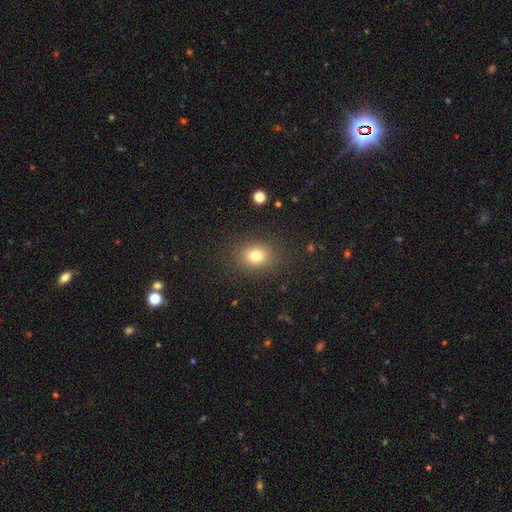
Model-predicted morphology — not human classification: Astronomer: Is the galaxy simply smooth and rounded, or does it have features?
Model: smooth — 78%.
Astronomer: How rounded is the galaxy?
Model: round — 55% (runner-up: in between, 44%).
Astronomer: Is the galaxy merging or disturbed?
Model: none — 86%.